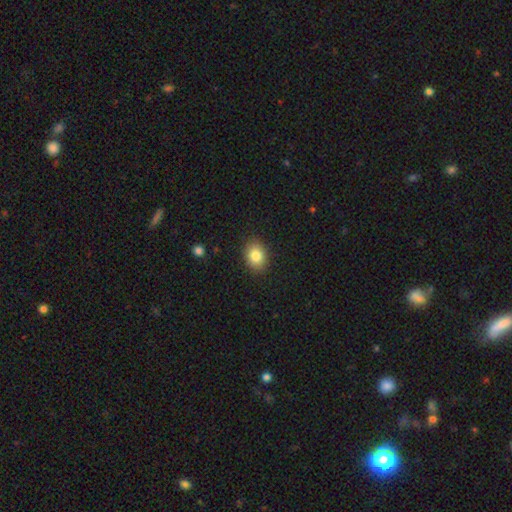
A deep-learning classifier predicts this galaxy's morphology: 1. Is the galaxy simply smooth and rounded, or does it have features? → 84% smooth, 9% star or artifact, 7% featured or disk.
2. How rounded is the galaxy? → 67% in between, 32% round, 1% cigar-shaped.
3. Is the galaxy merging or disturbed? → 88% none, 9% minor disturbance, 2% major disturbance, 1% merger.